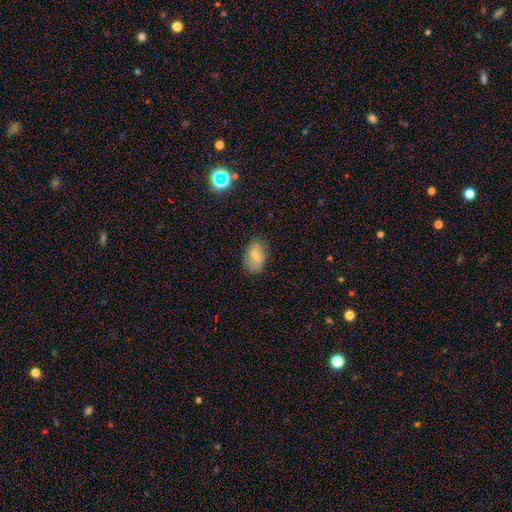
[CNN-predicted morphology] Smooth or featured? Predicted: smooth (p=0.73). How rounded? Predicted: in between (p=0.89). Merging? Predicted: none (p=0.75).